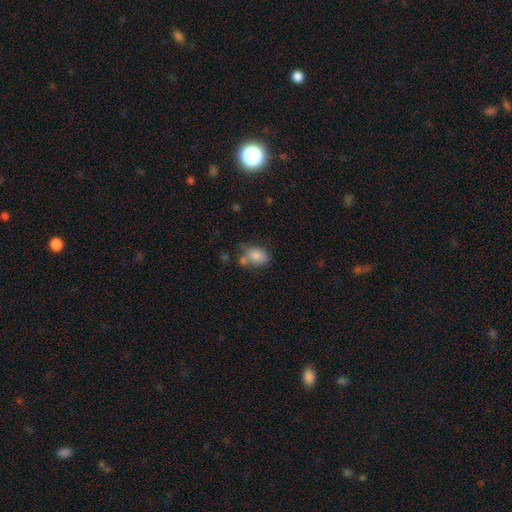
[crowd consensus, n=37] Smooth or featured: smooth — 84% (featured or disk — 11%)
How rounded: in between — 84% (round — 16%)
Merging: none — 46% (minor disturbance — 23%)